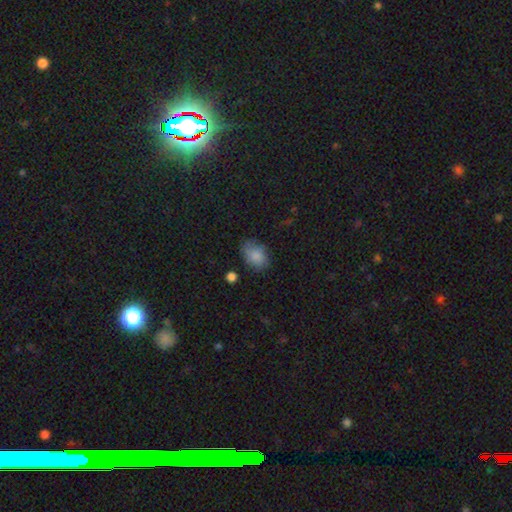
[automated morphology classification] smooth 83%, featured or disk 8%, star or artifact 8%. Down the decision tree: how rounded — in between (75%); merging — none (67%).